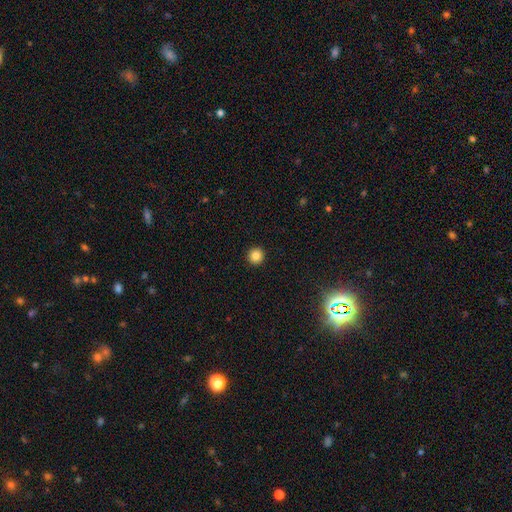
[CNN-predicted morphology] This appears to be a smooth galaxy with no disk features (86%) that is round (95%). Merging: none (94%).